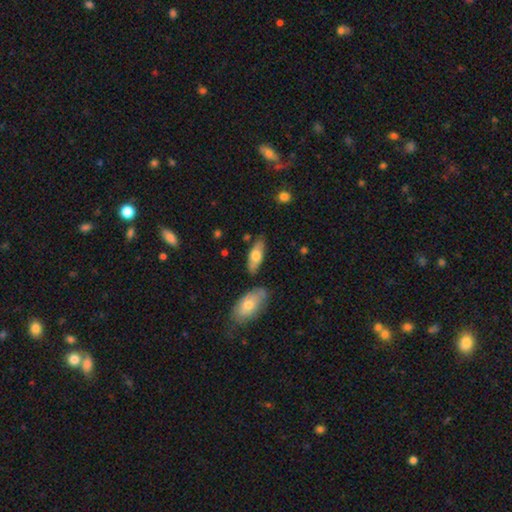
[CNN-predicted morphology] A smooth galaxy with no disk features (68%) that is in between round and cigar-shaped (74%).

Vote fractions:
- Smooth or featured? smooth: 68% / featured or disk: 27% / star or artifact: 6%
- How rounded? in between: 74% / cigar-shaped: 23% / round: 2%
- Merging? none: 76% / minor disturbance: 14% / merger: 7% / major disturbance: 3%